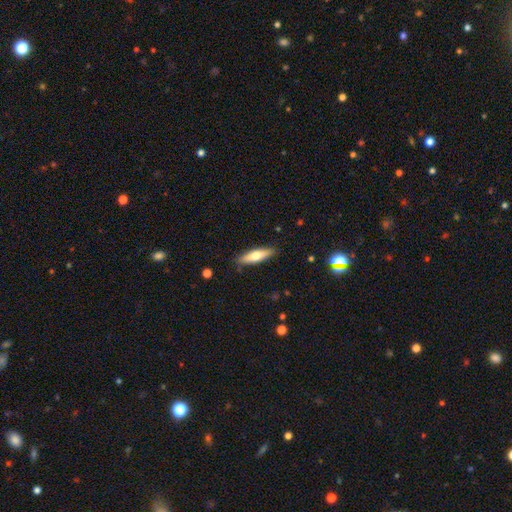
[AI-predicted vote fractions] Smooth or featured?
  - smooth: 62% *
  - featured or disk: 32%
  - star or artifact: 6%
How rounded?
  - cigar-shaped: 66% *
  - in between: 32%
  - round: 2%
Merging?
  - none: 86% *
  - minor disturbance: 10%
  - major disturbance: 2%
  - merger: 1%